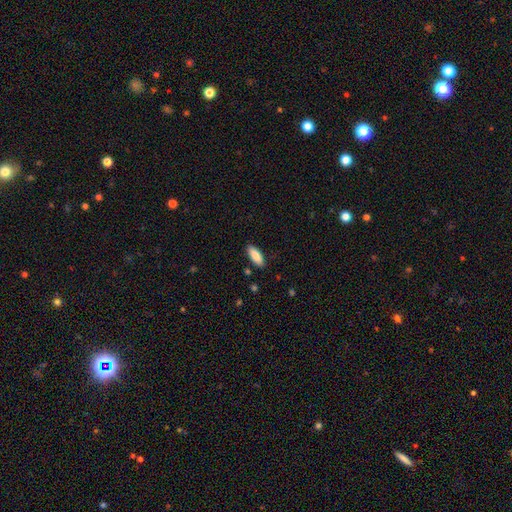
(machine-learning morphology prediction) This appears to be a smooth galaxy with no disk features (85%) that is in between round and cigar-shaped (73%). Merging: none (87%).